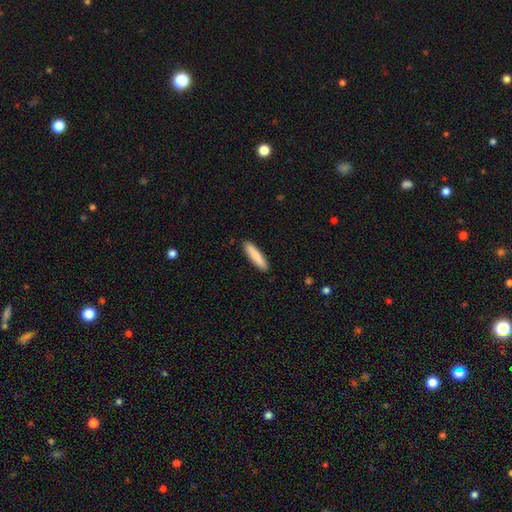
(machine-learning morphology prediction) This is clearly a smooth galaxy (84%). How rounded: clearly cigar-shaped (83%). Merging: clearly none (90%).